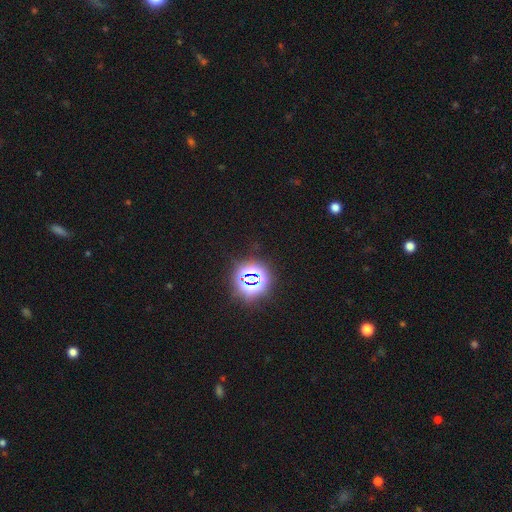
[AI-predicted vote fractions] This is clearly a star or artifact rather than a galaxy (82%).